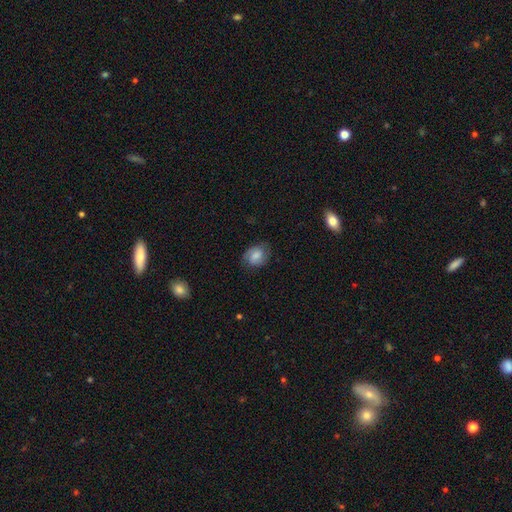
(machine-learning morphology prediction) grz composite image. It shows a smooth galaxy with no disk features (62%) that is in between round and cigar-shaped (57%). Merging: none (73%).